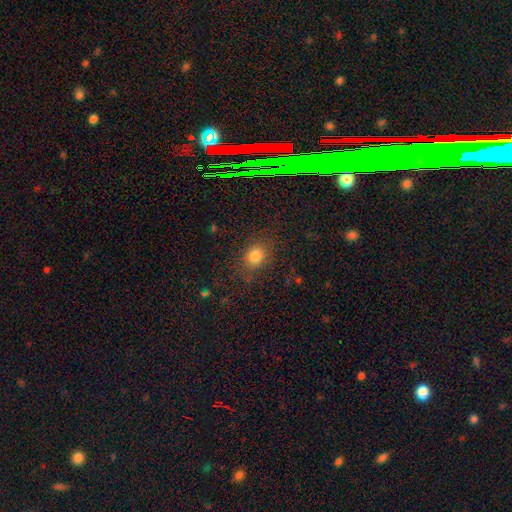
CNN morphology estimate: Smooth or featured?
  - smooth: 80% *
  - star or artifact: 13%
  - featured or disk: 7%
How rounded?
  - round: 55% *
  - in between: 44%
  - cigar-shaped: 1%
Merging?
  - none: 81% *
  - minor disturbance: 12%
  - major disturbance: 5%
  - merger: 1%